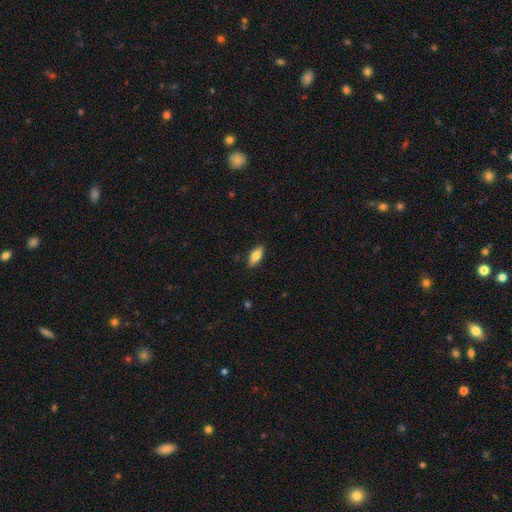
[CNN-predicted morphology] smooth_or_featured: smooth (p=0.76) [alt: featured or disk p=0.17]
how_rounded: in between (p=0.76) [alt: cigar-shaped p=0.21]
merging: none (p=0.87) [alt: minor disturbance p=0.10]